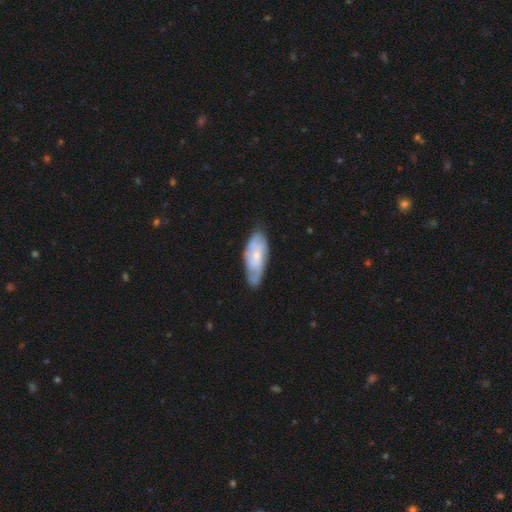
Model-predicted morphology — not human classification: Overall: featured or disk (52%; smooth 42%). Edge-on disk: no (87%). Merging: none (68%).